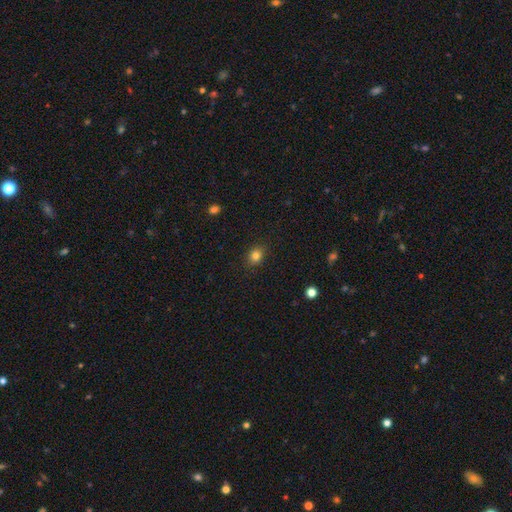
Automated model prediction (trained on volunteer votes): Morphology: type=smooth (82%); roundness=round (50%); merging=none (87%).